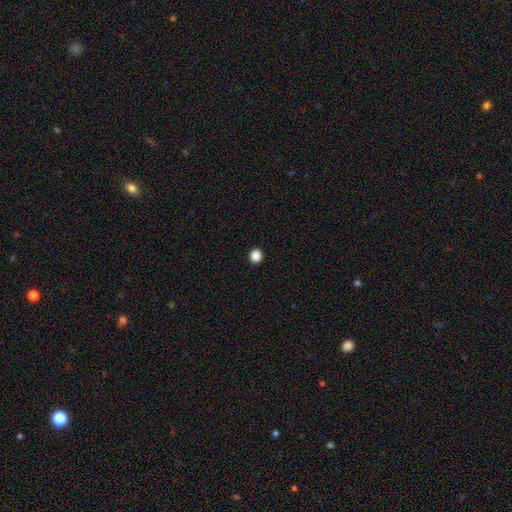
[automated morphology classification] This is clearly a smooth galaxy (88%). How rounded: clearly round (83%). Merging: clearly none (93%).